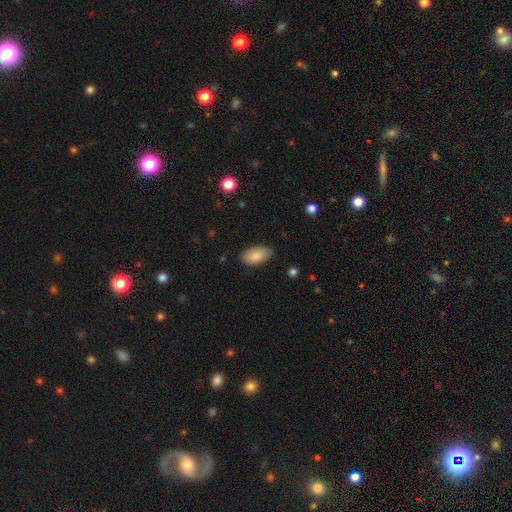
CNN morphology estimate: This appears to be a smooth galaxy with no disk features (87%) that is in between round and cigar-shaped (94%). Merging: none (79%).